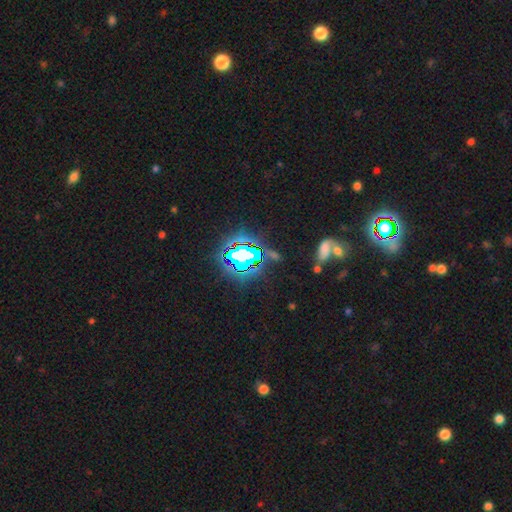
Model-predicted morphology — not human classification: Q: Smooth or featured?
A: star or artifact (77%); runner-up: smooth (12%)